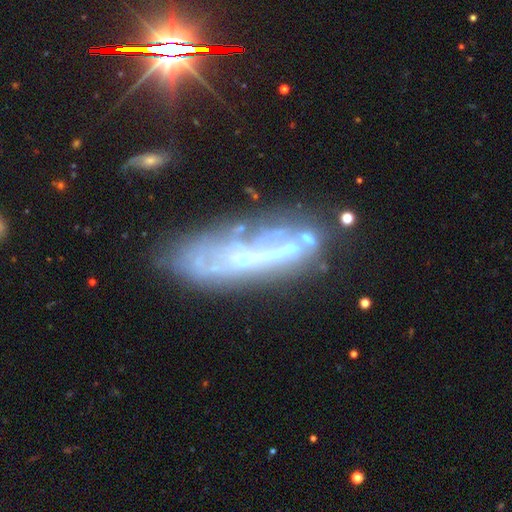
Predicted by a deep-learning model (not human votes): This appears to be a featured or disk galaxy (65%). Merging: none (48%).